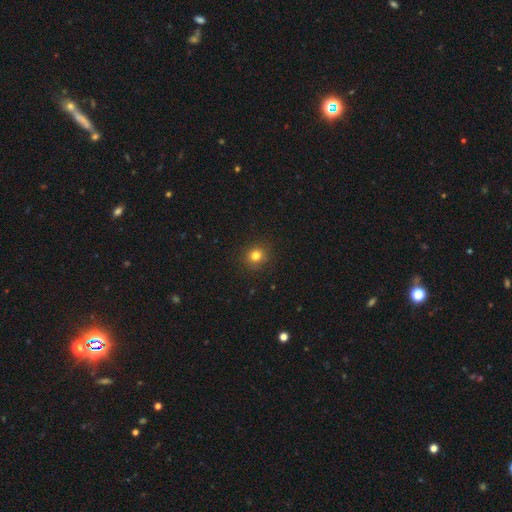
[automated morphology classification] Smooth or featured: smooth — 80% (star or artifact — 14%)
How rounded: round — 86% (in between — 13%)
Merging: none — 89% (minor disturbance — 7%)